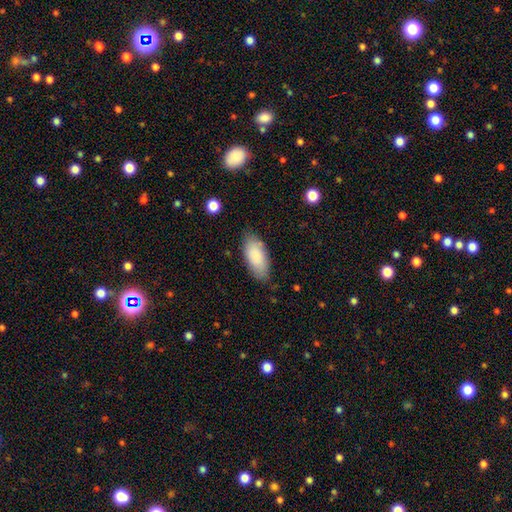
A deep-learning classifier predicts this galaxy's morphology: type=smooth (86%); roundness=in between (90%); merging=none (79%).